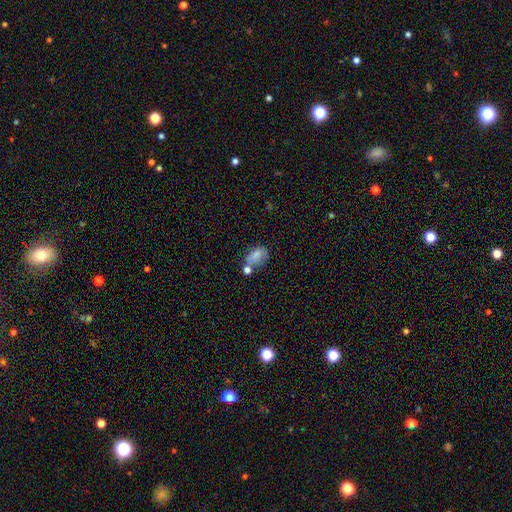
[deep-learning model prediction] smooth 73%, featured or disk 16%, star or artifact 11%. Down the decision tree: how rounded — in between (83%); merging — none (36%).